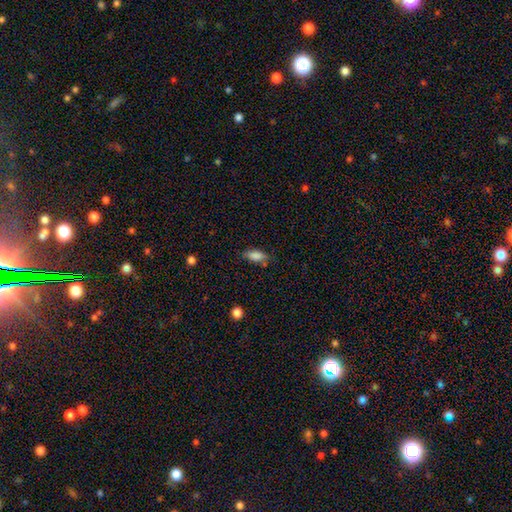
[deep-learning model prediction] This appears to be a smooth galaxy with no disk features (83%) that is in between round and cigar-shaped (81%). Merging: none (73%).